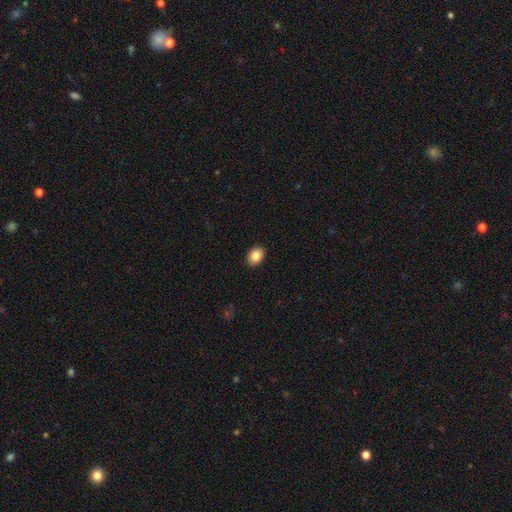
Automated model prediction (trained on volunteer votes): The model was most divided on "how rounded": in between: 78%, round: 21%, cigar-shaped: 1%. More confident: merging — none (91%); smooth or featured — smooth (87%).